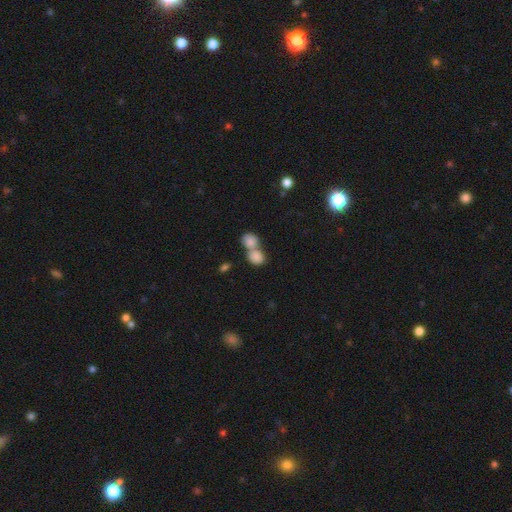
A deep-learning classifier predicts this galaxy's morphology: Smooth or featured? smooth (83%)
How rounded? round (61%)
Merging? merger (66%)